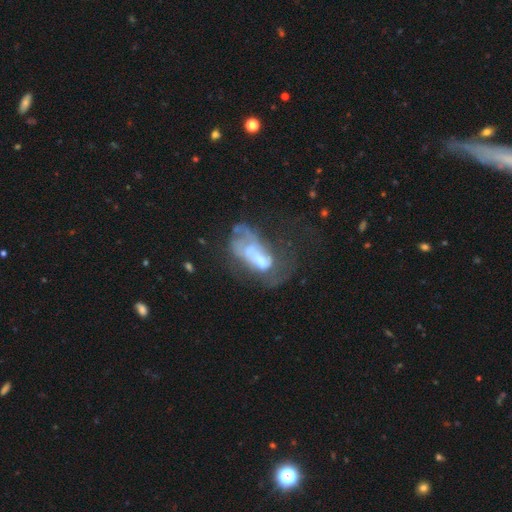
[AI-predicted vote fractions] The model was most divided on "bulge size": moderate: 31%, none: 29%, small: 20%, large: 17%, dominant: 3%. Remaining: edge-on disk — no (94%); spiral arms — no (71%); bar — no (69%); smooth or featured — featured or disk (60%); merging — major disturbance (43%).